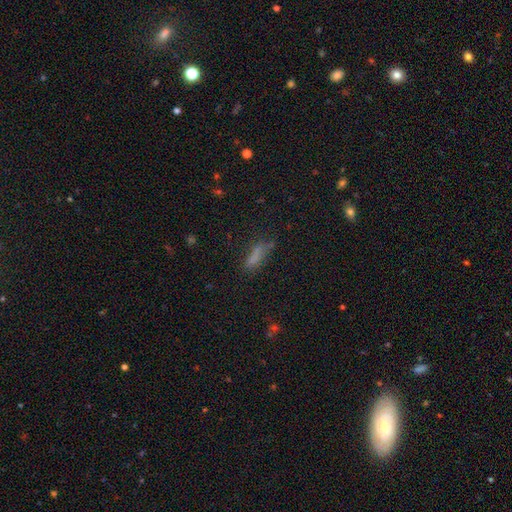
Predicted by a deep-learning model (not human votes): Q: Smooth or featured?
A: smooth (71%); runner-up: featured or disk (15%)
Q: How rounded?
A: cigar-shaped (60%); runner-up: in between (37%)
Q: Merging?
A: none (57%); runner-up: minor disturbance (24%)